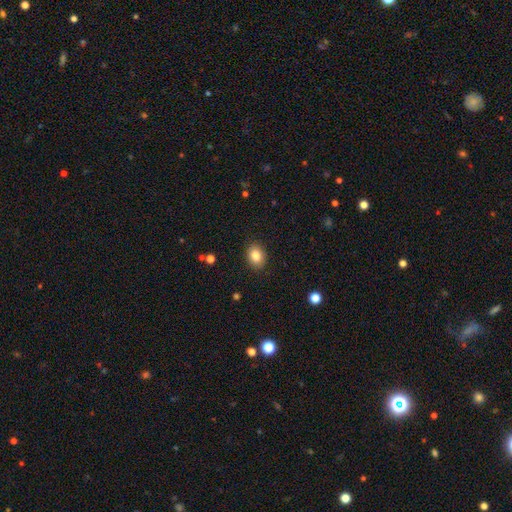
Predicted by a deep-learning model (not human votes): smooth_or_featured: smooth (p=0.84) [alt: star or artifact p=0.09]
how_rounded: in between (p=0.59) [alt: round p=0.40]
merging: none (p=0.89) [alt: minor disturbance p=0.08]